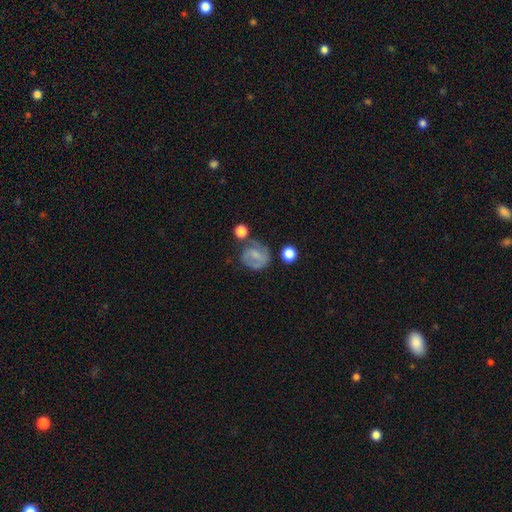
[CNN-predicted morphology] smooth 46%, featured or disk 44%, star or artifact 10%. Down the decision tree: merging — none (51%).